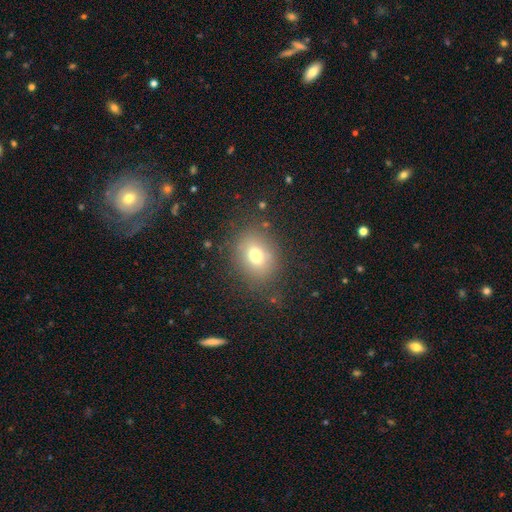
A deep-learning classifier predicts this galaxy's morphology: Overall: smooth (71%). How rounded: round (52%; in between 47%). Merging: none (78%).